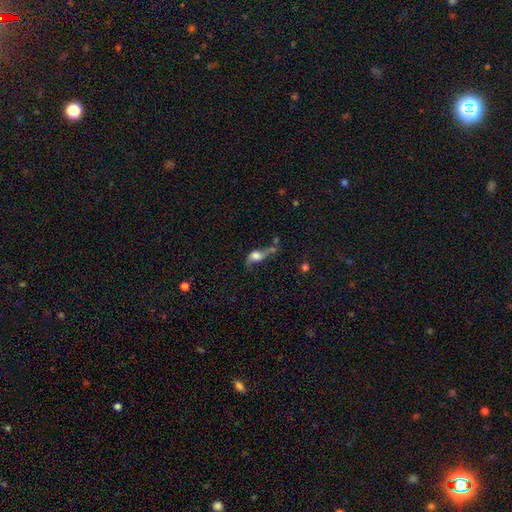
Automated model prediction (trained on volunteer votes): A featured or disk galaxy (45%). Merging: major disturbance (31%).